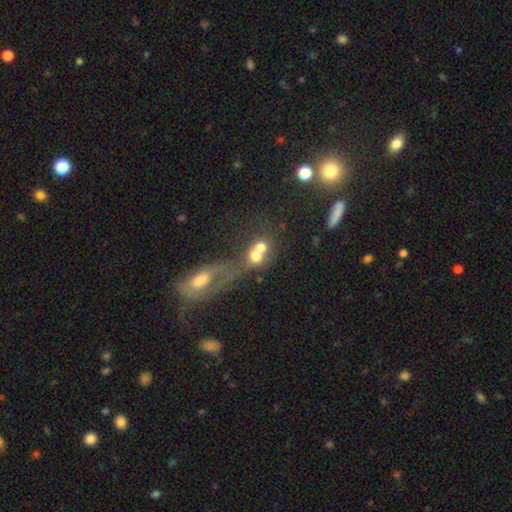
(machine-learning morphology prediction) This appears to be a smooth galaxy with no disk features (58%) that is round (62%). Merging: merger (68%).